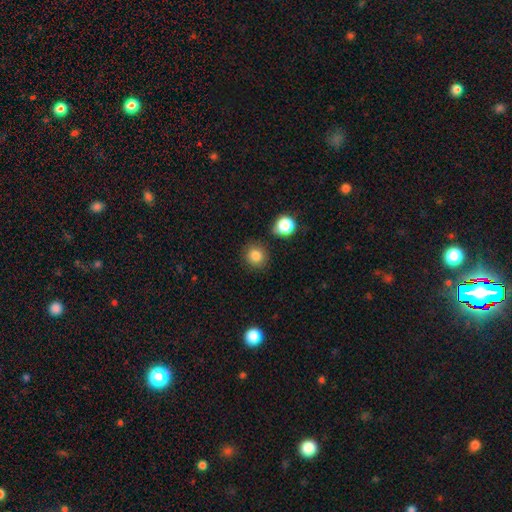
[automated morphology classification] A smooth galaxy with no disk features (85%) that is round (88%).

Vote fractions:
- Smooth or featured? smooth: 85% / star or artifact: 11% / featured or disk: 5%
- How rounded? round: 88% / in between: 11% / cigar-shaped: 1%
- Merging? none: 86% / minor disturbance: 8% / merger: 4% / major disturbance: 3%